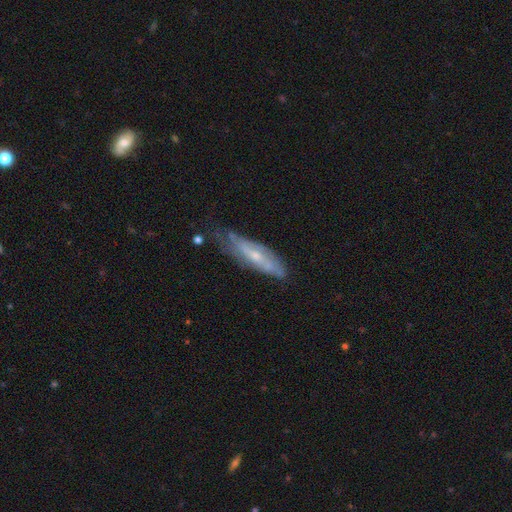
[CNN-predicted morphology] A featured or disk galaxy (65%). Merging: none (59%).